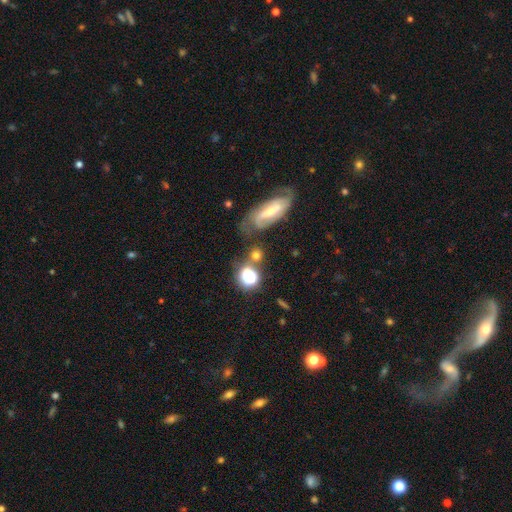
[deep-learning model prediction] A smooth galaxy with no disk features (59%) that is round (78%). Merging: none (60%).